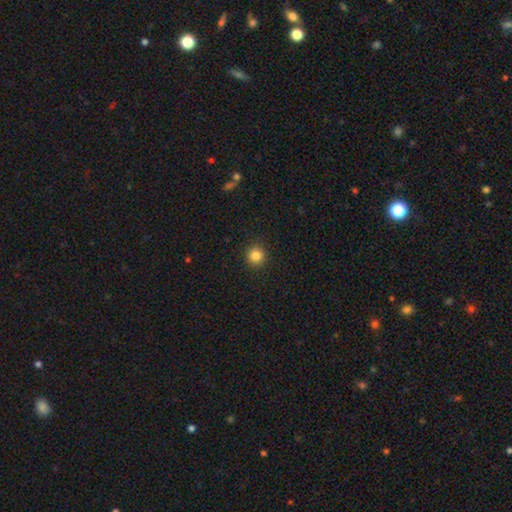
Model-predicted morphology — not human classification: A smooth galaxy with no disk features (84%) that is round (94%). Merging: none (92%).